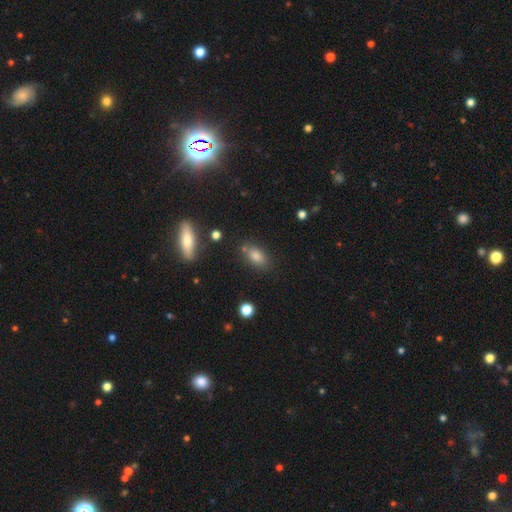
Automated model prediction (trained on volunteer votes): This is likely a smooth galaxy (77%). How rounded: clearly in between (82%). Merging: likely none (78%).